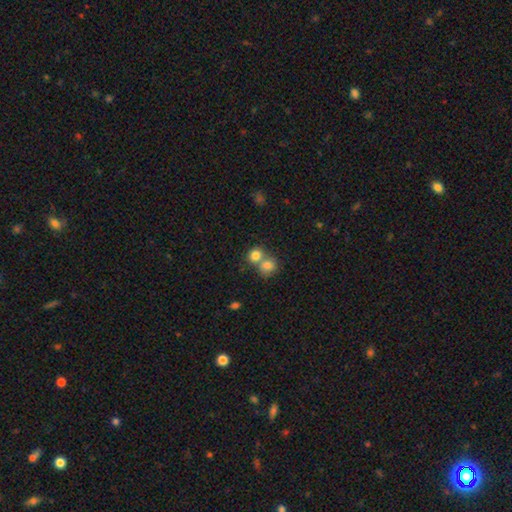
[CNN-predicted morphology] Smooth or featured? smooth (80%)
How rounded? round (77%)
Merging? merger (54%)